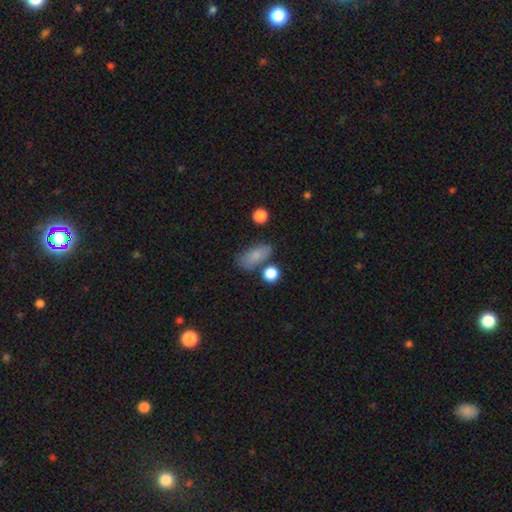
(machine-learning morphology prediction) This appears to be a smooth galaxy with no disk features (81%) that is in between round and cigar-shaped (85%). Merging: none (64%).